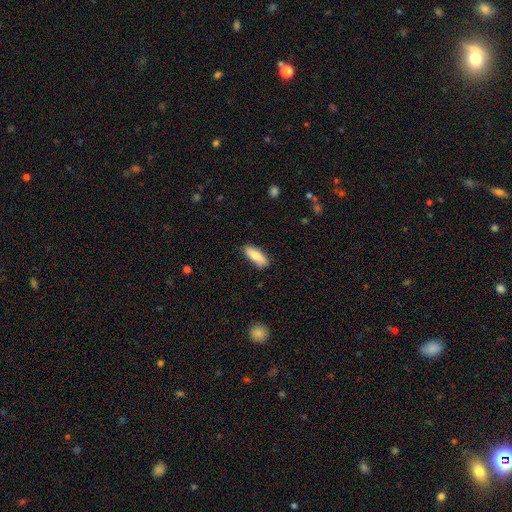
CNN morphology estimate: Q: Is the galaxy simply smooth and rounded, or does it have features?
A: smooth — 82%.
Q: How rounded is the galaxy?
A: in between — 62%.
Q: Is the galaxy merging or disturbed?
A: none — 83%.